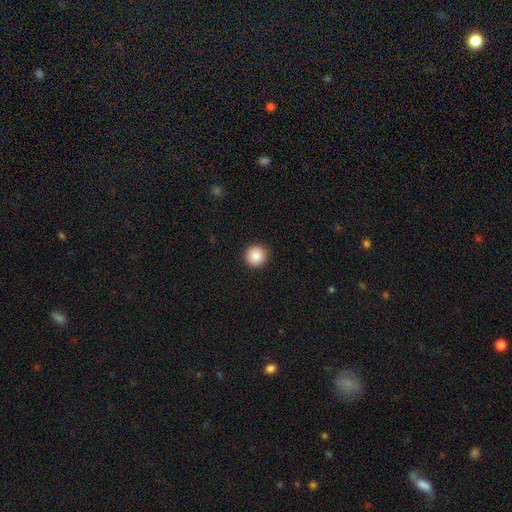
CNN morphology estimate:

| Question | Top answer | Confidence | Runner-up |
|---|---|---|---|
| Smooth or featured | smooth | 87% | star or artifact (8%) |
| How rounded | round | 95% | in between (4%) |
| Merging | none | 93% | minor disturbance (4%) |